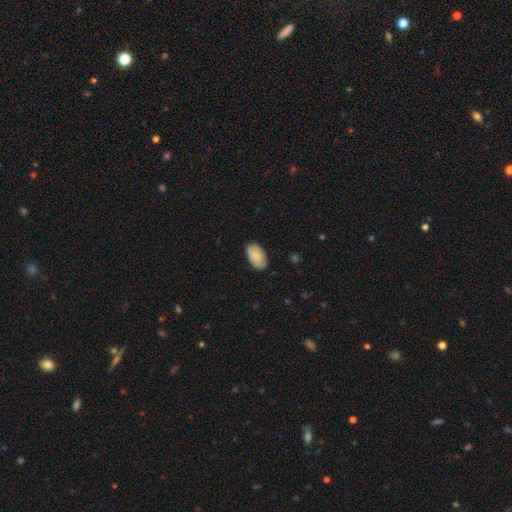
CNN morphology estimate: This is clearly a smooth galaxy (87%). How rounded: clearly in between (94%). Merging: clearly none (84%).